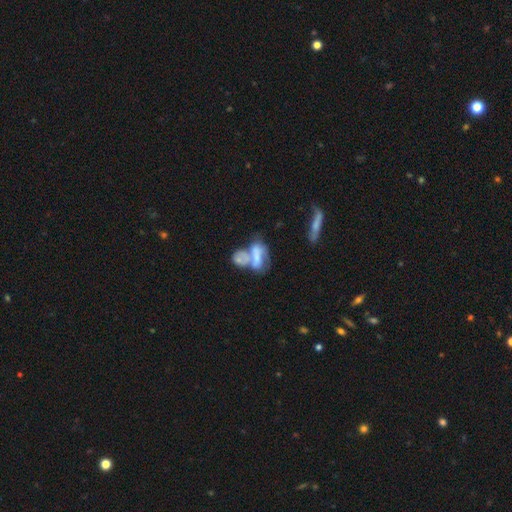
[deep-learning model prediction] smooth-or-featured: smooth: 48% | featured or disk: 41% | star or artifact: 11%
  merging: merger: 65% | none: 14% | major disturbance: 12% | minor disturbance: 9%